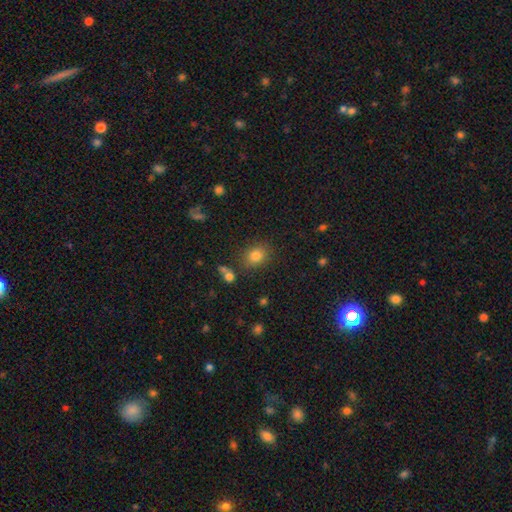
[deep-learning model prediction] Smooth or featured? smooth (81%)
How rounded? round (54%)
Merging? none (81%)